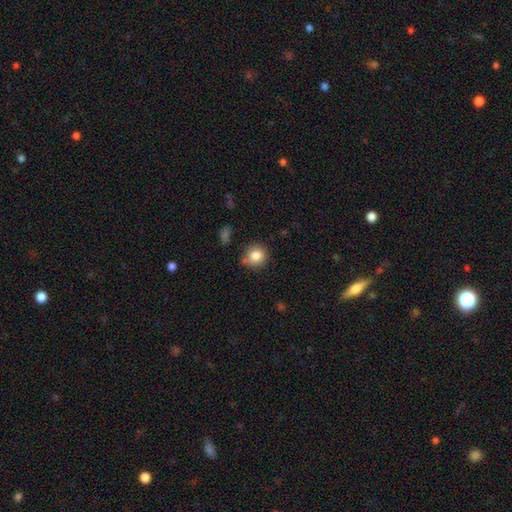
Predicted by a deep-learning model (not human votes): Smooth or featured? Predicted: smooth (p=0.82). How rounded? Predicted: round (p=0.87). Merging? Predicted: none (p=0.76).